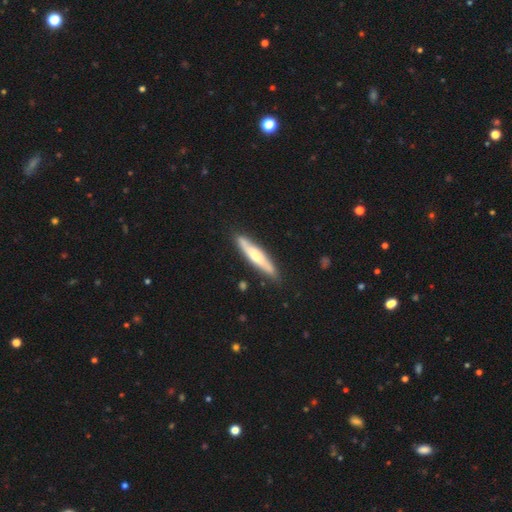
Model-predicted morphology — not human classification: A featured or disk galaxy (48%, tied with smooth).

Vote fractions:
- Smooth or featured? featured or disk: 48% (tied) / smooth: 48% (tied) / star or artifact: 5%
- Merging? none: 85% / minor disturbance: 11% / major disturbance: 2% / merger: 2%